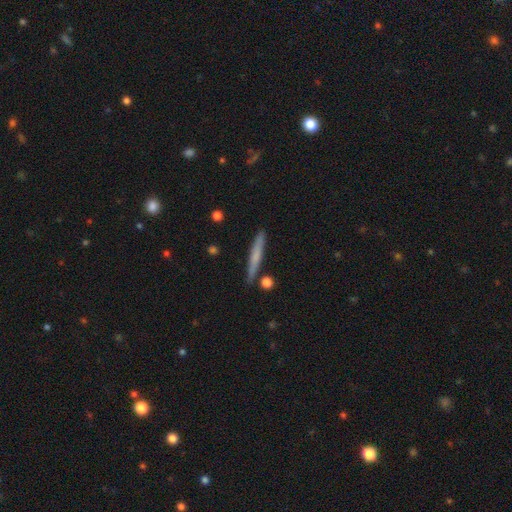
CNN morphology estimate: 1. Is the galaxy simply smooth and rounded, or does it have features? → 60% smooth, 34% featured or disk, 6% star or artifact.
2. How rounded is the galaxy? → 95% cigar-shaped, 3% in between, 2% round.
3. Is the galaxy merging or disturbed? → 86% none, 9% minor disturbance, 3% merger, 2% major disturbance.